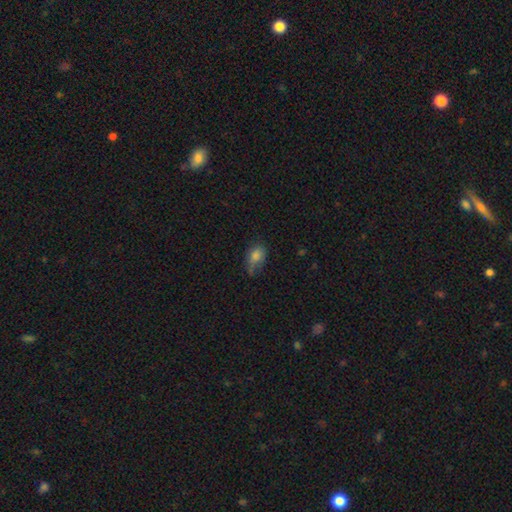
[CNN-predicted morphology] A smooth galaxy with no disk features (77%) that is in between round and cigar-shaped (80%). Merging: none (46%).